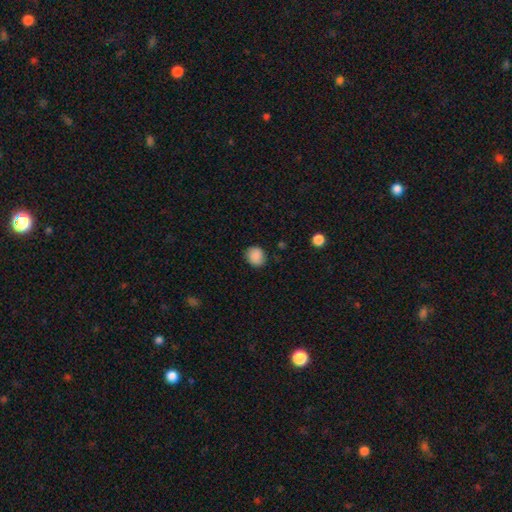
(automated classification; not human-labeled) Smooth or featured? smooth (87%)
How rounded? round (75%)
Merging? none (84%)